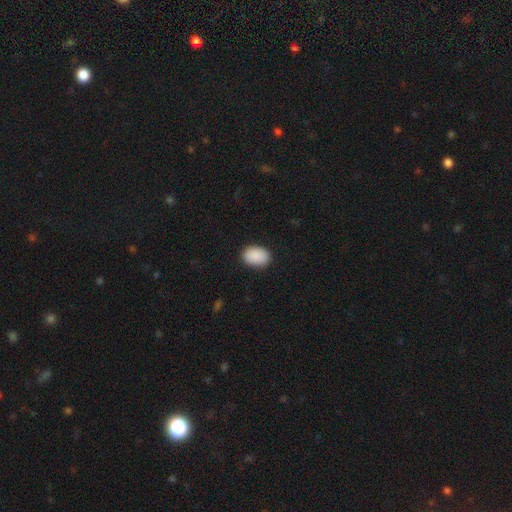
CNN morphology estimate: This is clearly a smooth galaxy (91%). How rounded: clearly in between (82%). Merging: clearly none (87%).